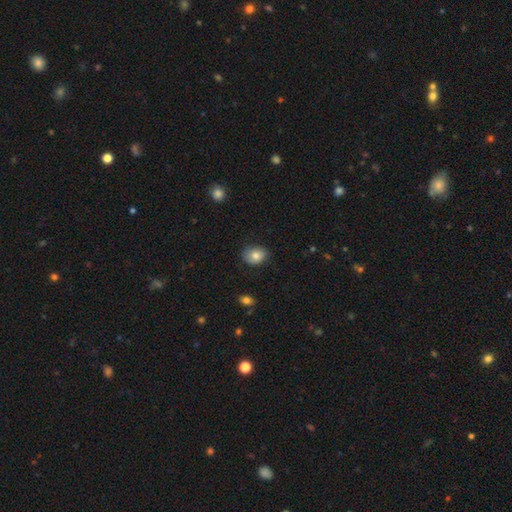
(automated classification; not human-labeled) A smooth galaxy with no disk features (79%) that is in between round and cigar-shaped (64%). Merging: none (74%).